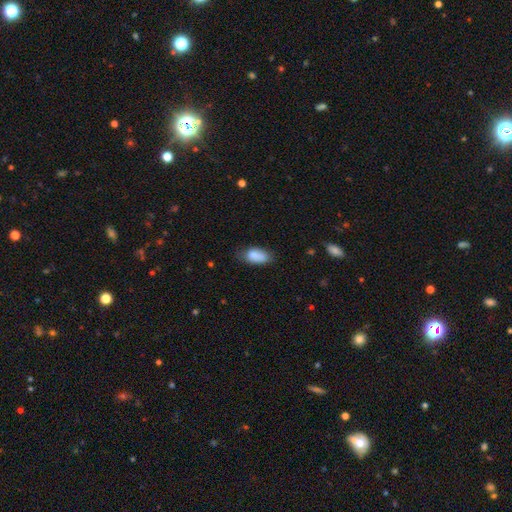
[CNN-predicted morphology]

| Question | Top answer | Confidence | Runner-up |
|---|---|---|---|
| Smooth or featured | smooth | 86% | star or artifact (7%) |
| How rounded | in between | 91% | cigar-shaped (5%) |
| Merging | none | 62% | minor disturbance (29%) |